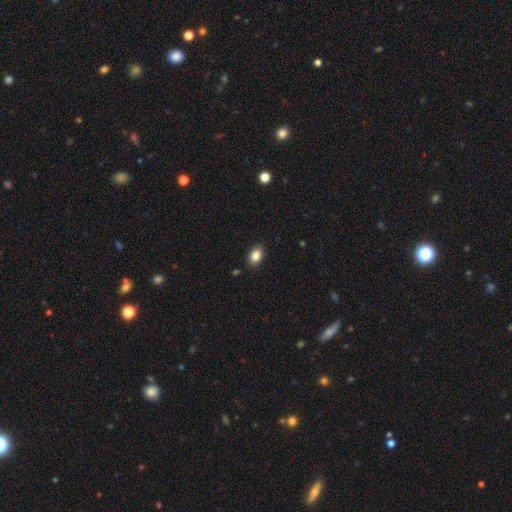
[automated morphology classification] smooth_or_featured: smooth (p=0.85) [alt: star or artifact p=0.09]
how_rounded: in between (p=0.80) [alt: round p=0.19]
merging: none (p=0.88) [alt: minor disturbance p=0.09]